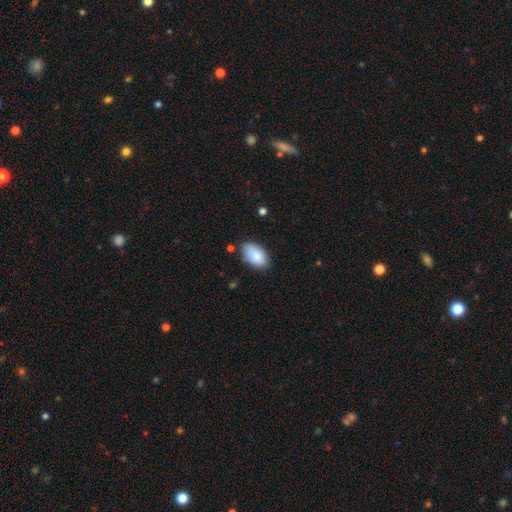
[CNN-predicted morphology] Smooth or featured? smooth (86%)
How rounded? in between (95%)
Merging? none (75%)